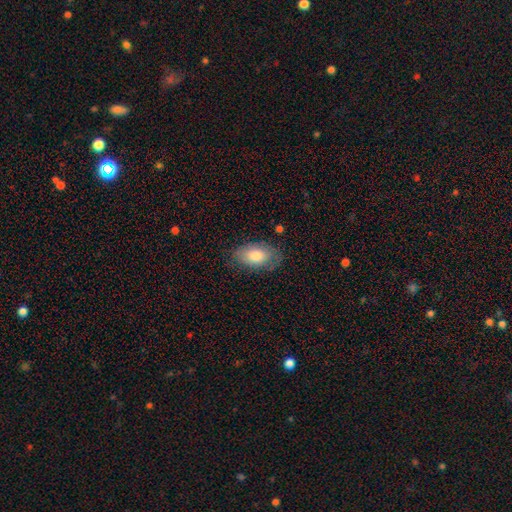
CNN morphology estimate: Smooth or featured: smooth — 78% (featured or disk — 16%)
How rounded: in between — 93% (round — 5%)
Merging: none — 74% (minor disturbance — 20%)